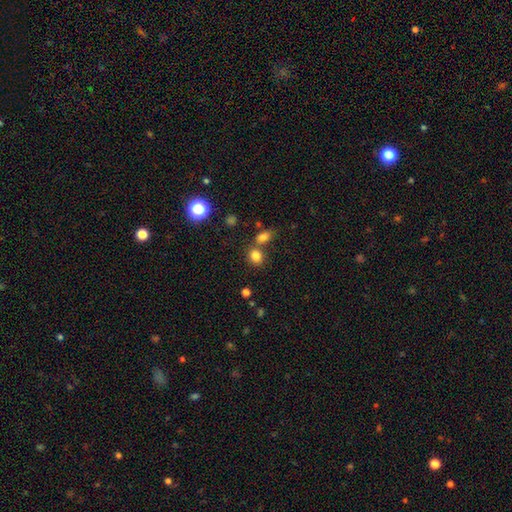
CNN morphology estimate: smooth-or-featured: smooth: 81% | star or artifact: 13% | featured or disk: 6%
  how-rounded: round: 58% | in between: 41% | cigar-shaped: 1%
  merging: none: 60% | merger: 26% | minor disturbance: 10% | major disturbance: 4%